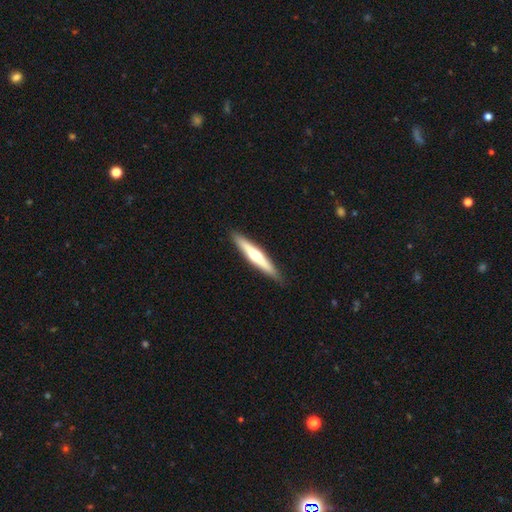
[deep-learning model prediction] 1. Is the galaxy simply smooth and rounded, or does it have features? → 53% featured or disk, 42% smooth, 5% star or artifact.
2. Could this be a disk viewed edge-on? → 96% yes, 4% no.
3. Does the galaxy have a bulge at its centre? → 81% rounded, 12% none, 6% boxy.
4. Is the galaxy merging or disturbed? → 90% none, 8% minor disturbance, 1% major disturbance, 1% merger.